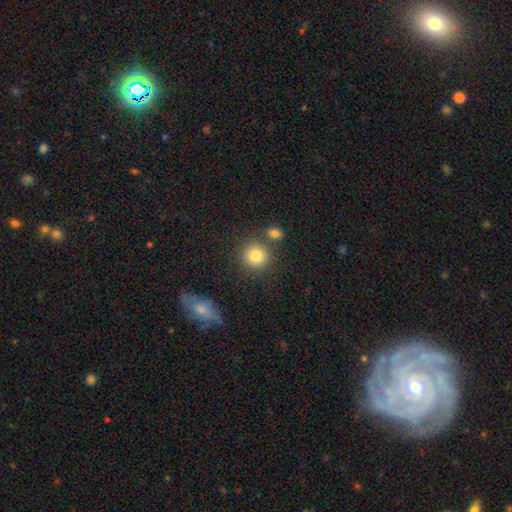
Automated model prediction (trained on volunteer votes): This appears to be a smooth galaxy with no disk features (83%) that is round (89%). Merging: none (76%).